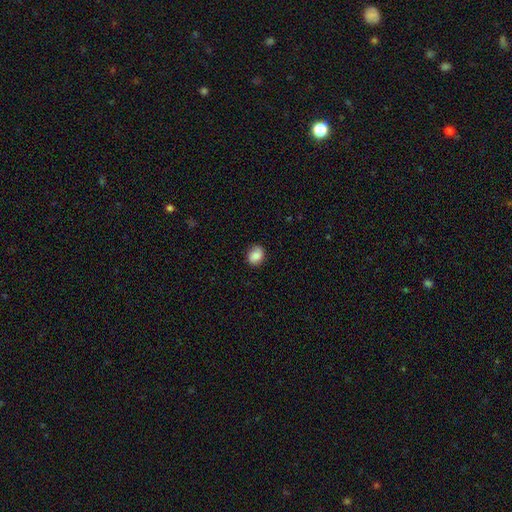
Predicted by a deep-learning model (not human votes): Smooth or featured? smooth (81%)
How rounded? round (57%)
Merging? none (82%)